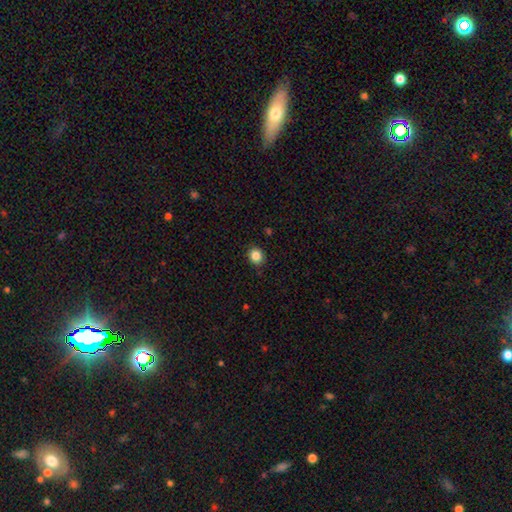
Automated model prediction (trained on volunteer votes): Smooth or featured? Predicted: smooth (p=0.84). How rounded? Predicted: round (p=0.79). Merging? Predicted: none (p=0.90).